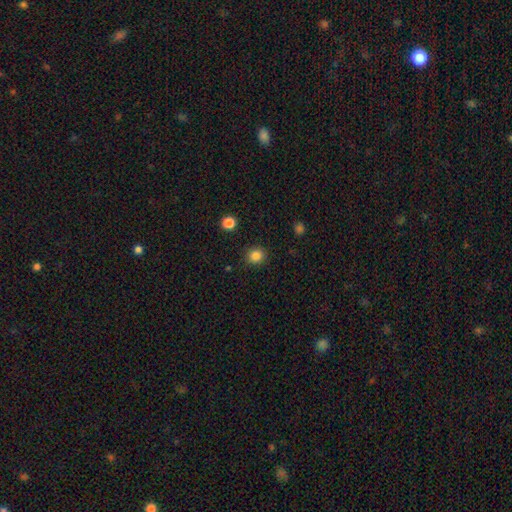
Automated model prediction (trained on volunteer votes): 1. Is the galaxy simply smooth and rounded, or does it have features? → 85% smooth, 11% star or artifact, 4% featured or disk.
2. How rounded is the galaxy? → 85% round, 14% in between, 1% cigar-shaped.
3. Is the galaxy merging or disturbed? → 89% none, 7% minor disturbance, 2% major disturbance, 1% merger.